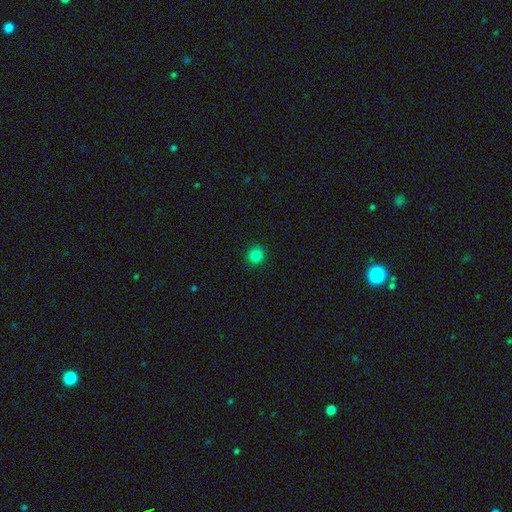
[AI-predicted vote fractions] Overall: smooth (84%). How rounded: round (94%). Merging: none (92%).